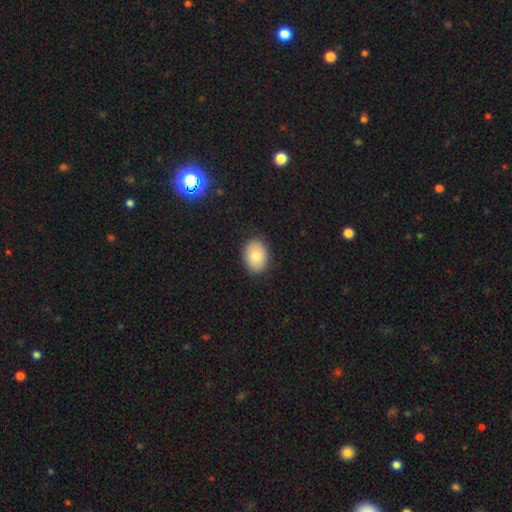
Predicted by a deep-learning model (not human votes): Q: Smooth or featured?
A: smooth (80%); runner-up: featured or disk (12%)
Q: How rounded?
A: in between (67%); runner-up: round (32%)
Q: Merging?
A: none (88%); runner-up: minor disturbance (9%)